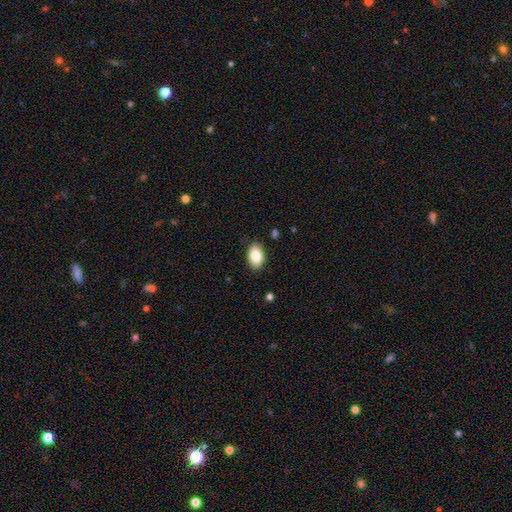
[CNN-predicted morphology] Smooth or featured: smooth — 84% (featured or disk — 9%)
How rounded: in between — 90% (round — 8%)
Merging: none — 86% (minor disturbance — 10%)